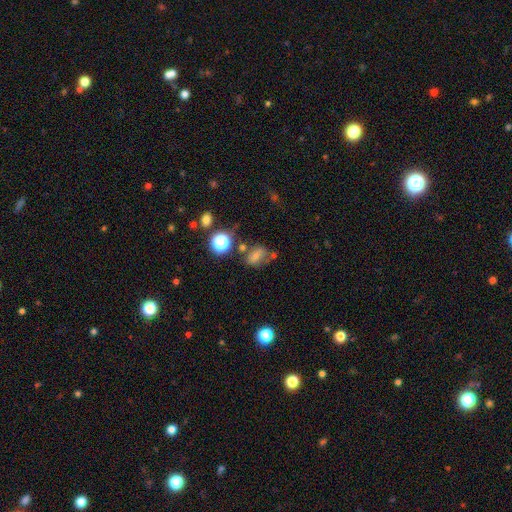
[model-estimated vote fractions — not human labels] Smooth or featured? Predicted: smooth (p=0.63). How rounded? Predicted: in between (p=0.65). Merging? Predicted: none (p=0.56).